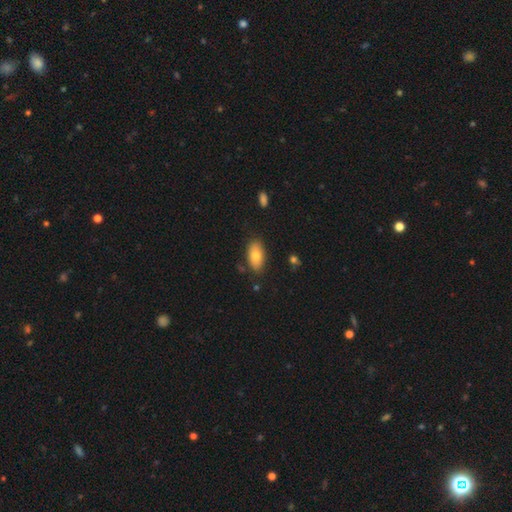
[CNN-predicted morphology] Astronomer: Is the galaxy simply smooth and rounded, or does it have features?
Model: smooth — 80%.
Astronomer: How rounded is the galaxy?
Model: in between — 92%.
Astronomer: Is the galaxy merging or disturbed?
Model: none — 82%.